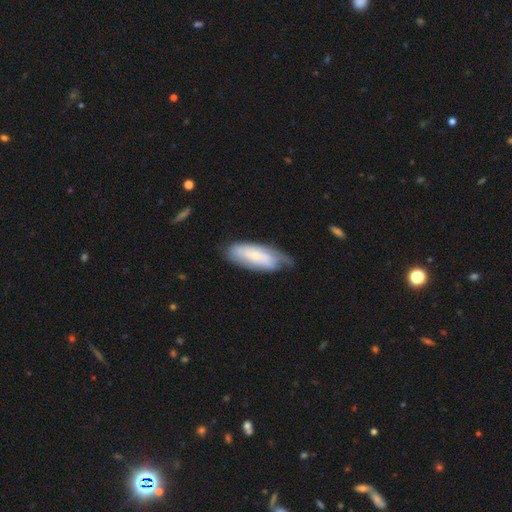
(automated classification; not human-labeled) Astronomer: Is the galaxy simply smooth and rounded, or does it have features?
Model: featured or disk — 50% (runner-up: smooth, 44%).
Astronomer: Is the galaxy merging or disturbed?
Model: none — 52% (runner-up: minor disturbance, 33%).